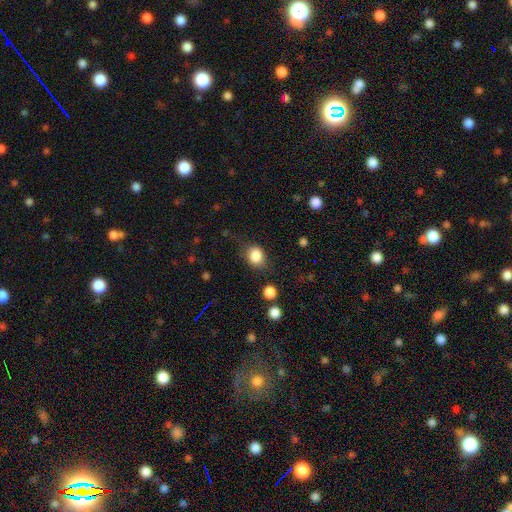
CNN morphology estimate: This is clearly a smooth galaxy (84%). How rounded: likely round (61%). Merging: likely none (72%).